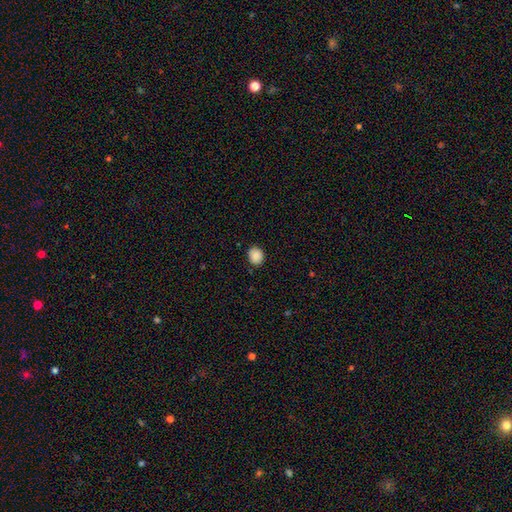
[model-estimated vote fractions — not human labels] smooth 88%, star or artifact 9%, featured or disk 3%. Down the decision tree: how rounded — round (66%); merging — none (86%).